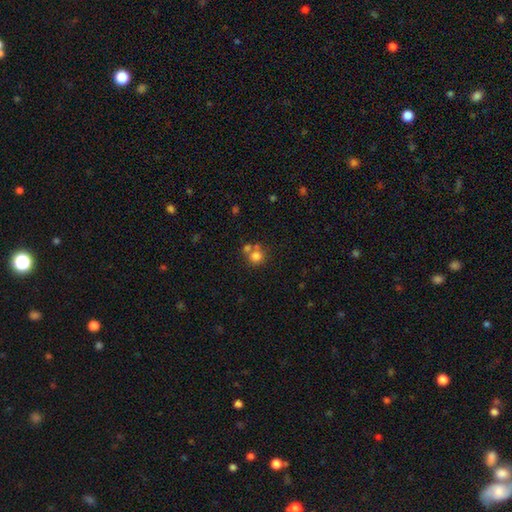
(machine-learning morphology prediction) smooth_or_featured: smooth (p=0.76) [alt: star or artifact p=0.13]
how_rounded: round (p=0.88) [alt: in between p=0.11]
merging: none (p=0.55) [alt: merger p=0.32]